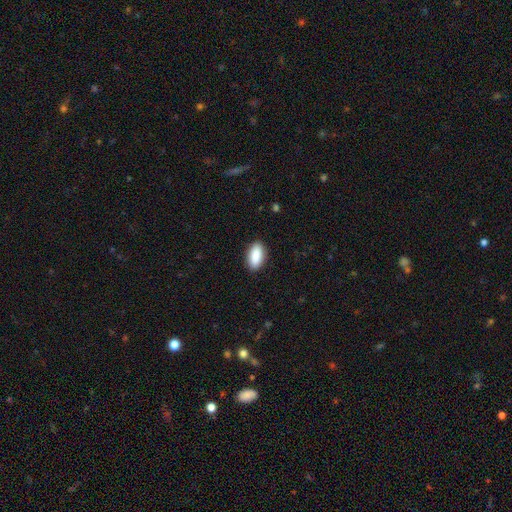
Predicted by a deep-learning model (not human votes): Smooth or featured?
  - smooth: 90% *
  - star or artifact: 6%
  - featured or disk: 4%
How rounded?
  - in between: 90% *
  - cigar-shaped: 7%
  - round: 3%
Merging?
  - none: 89% *
  - minor disturbance: 8%
  - major disturbance: 2%
  - merger: 1%